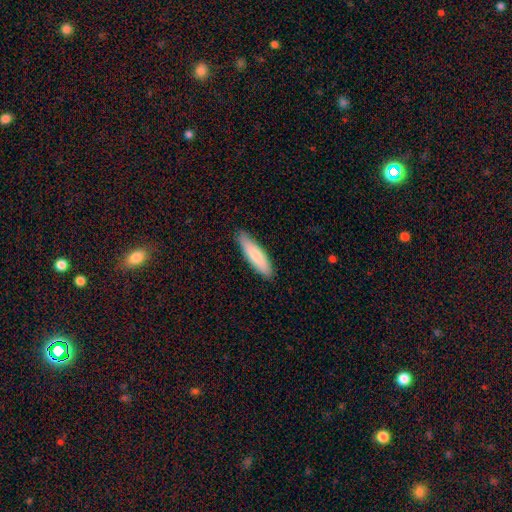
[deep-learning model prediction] A smooth galaxy with no disk features (80%) that is cigar-shaped (66%). Merging: none (85%).